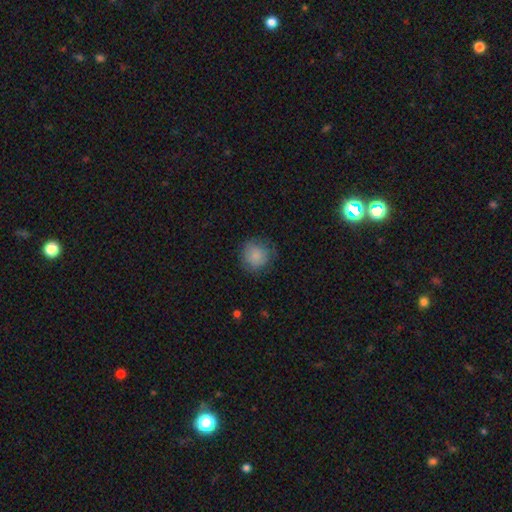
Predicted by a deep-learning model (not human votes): smooth_or_featured: smooth (p=0.83) [alt: featured or disk p=0.09]
how_rounded: round (p=0.91) [alt: in between p=0.09]
merging: none (p=0.74) [alt: minor disturbance p=0.18]